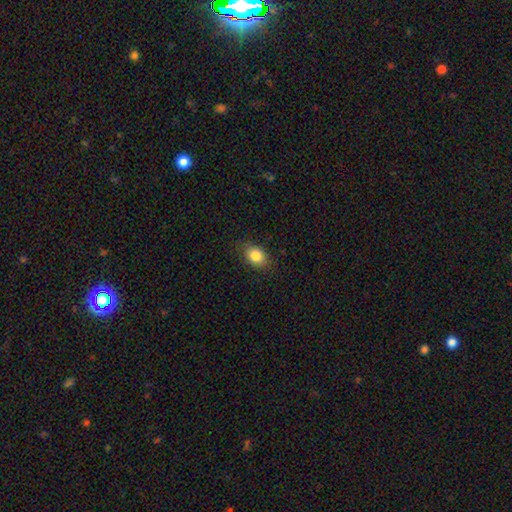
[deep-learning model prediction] Smooth or featured: smooth — 84% (star or artifact — 9%)
How rounded: in between — 72% (round — 27%)
Merging: none — 85% (minor disturbance — 12%)